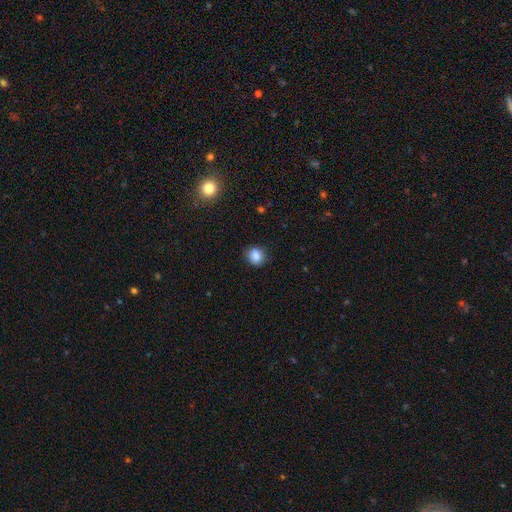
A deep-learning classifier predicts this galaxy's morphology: Smooth or featured? Predicted: smooth (p=0.86). How rounded? Predicted: round (p=0.75). Merging? Predicted: none (p=0.82).